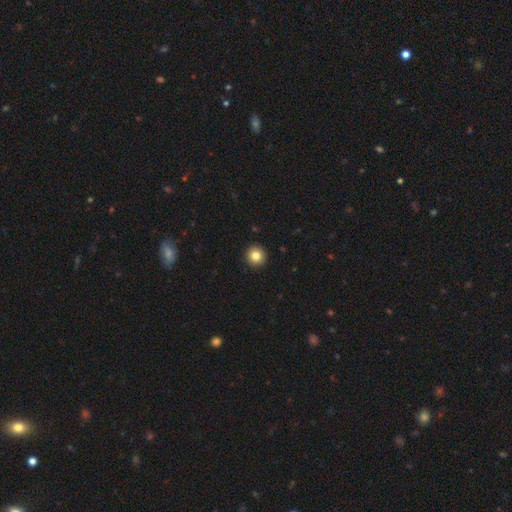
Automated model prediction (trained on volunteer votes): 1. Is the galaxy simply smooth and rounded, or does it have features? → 83% smooth, 10% star or artifact, 7% featured or disk.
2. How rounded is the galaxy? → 95% round, 4% in between, 1% cigar-shaped.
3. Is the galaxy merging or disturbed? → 93% none, 4% minor disturbance, 1% major disturbance, 1% merger.